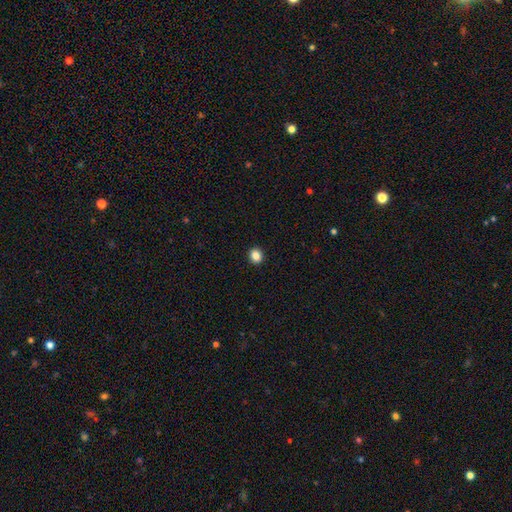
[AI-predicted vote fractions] A smooth galaxy with no disk features (86%) that is round (70%).

Vote fractions:
- Smooth or featured? smooth: 86% / star or artifact: 10% / featured or disk: 4%
- How rounded? round: 70% / in between: 29% / cigar-shaped: 1%
- Merging? none: 93% / minor disturbance: 5% / major disturbance: 2% / merger: 1%